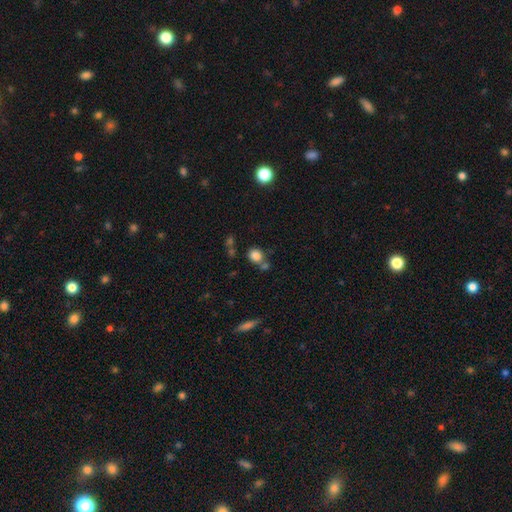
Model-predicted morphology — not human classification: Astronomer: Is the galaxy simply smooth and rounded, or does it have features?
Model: smooth — 82%.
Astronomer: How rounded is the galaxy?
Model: round — 73%.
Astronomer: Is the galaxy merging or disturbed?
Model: none — 59%.